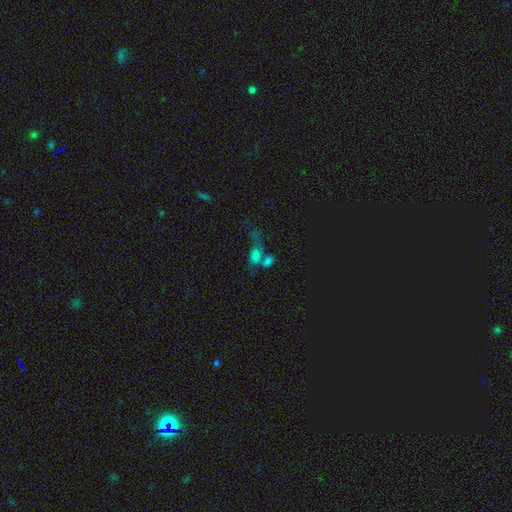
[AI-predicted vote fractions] smooth 66%, star or artifact 17%, featured or disk 17%. Down the decision tree: how rounded — in between (80%); merging — merger (54%).